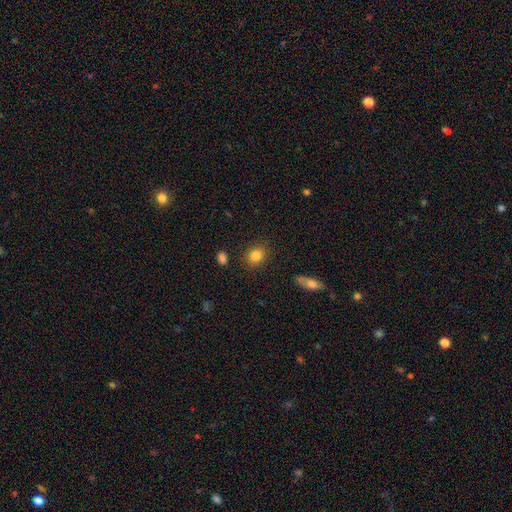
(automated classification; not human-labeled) Overall: smooth (84%). How rounded: round (68%; in between 30%). Merging: none (87%).